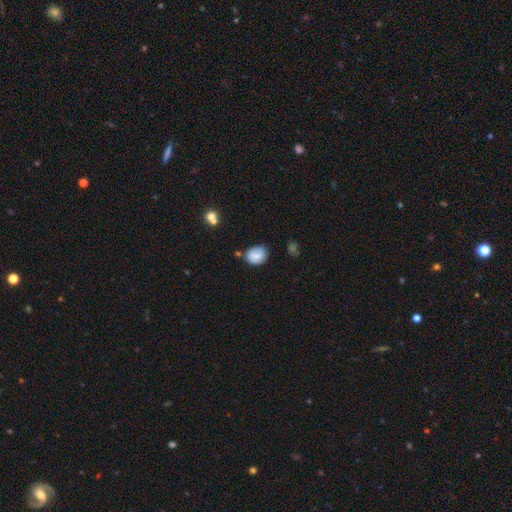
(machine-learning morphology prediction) smooth 73%, featured or disk 19%, star or artifact 8%. Down the decision tree: how rounded — round (59%); merging — none (68%).